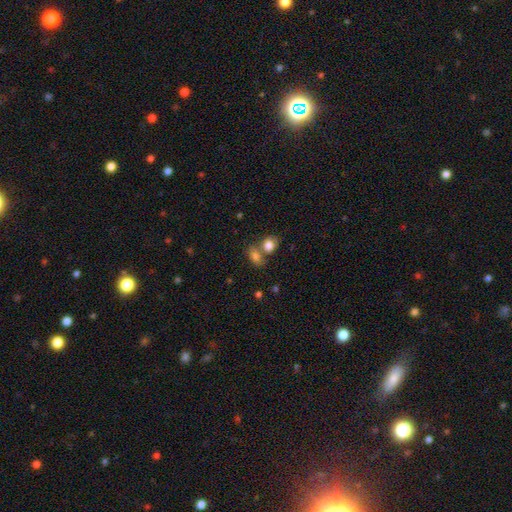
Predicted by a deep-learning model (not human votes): Smooth or featured?
  - smooth: 81% *
  - star or artifact: 11%
  - featured or disk: 8%
How rounded?
  - in between: 67% *
  - round: 31%
  - cigar-shaped: 2%
Merging?
  - merger: 44% *
  - none: 42%
  - minor disturbance: 11%
  - major disturbance: 4%